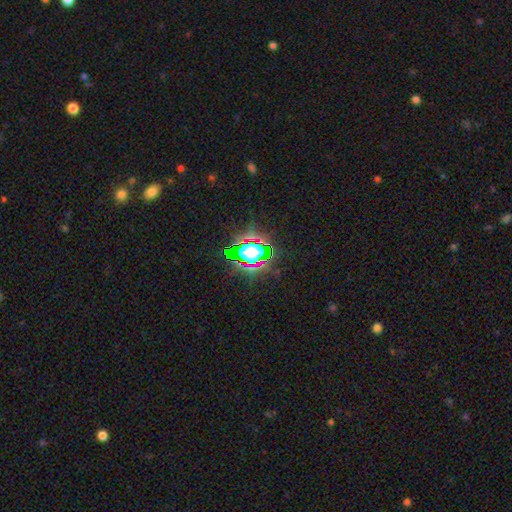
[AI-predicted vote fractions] This appears to be a star or artifact, not a galaxy (71%).